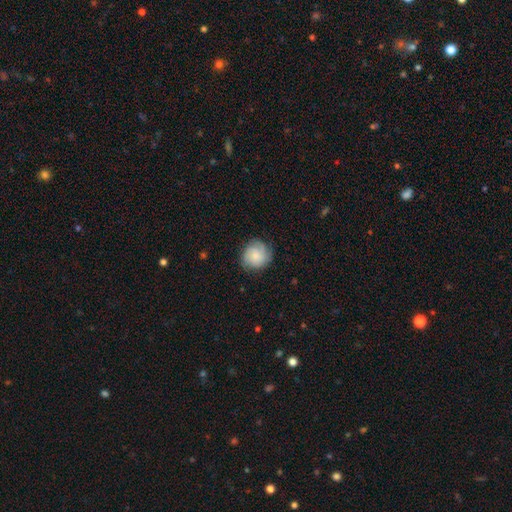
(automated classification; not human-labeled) Q: Smooth or featured?
A: smooth (67%); runner-up: featured or disk (26%)
Q: How rounded?
A: round (88%); runner-up: in between (11%)
Q: Merging?
A: none (76%); runner-up: minor disturbance (18%)